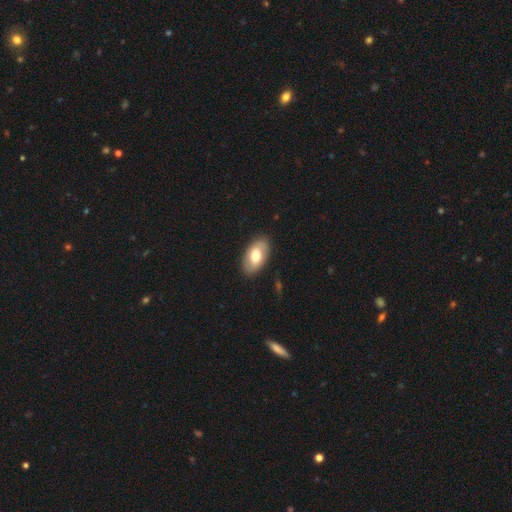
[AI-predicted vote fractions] Smooth or featured? smooth (69%)
How rounded? in between (94%)
Merging? none (87%)